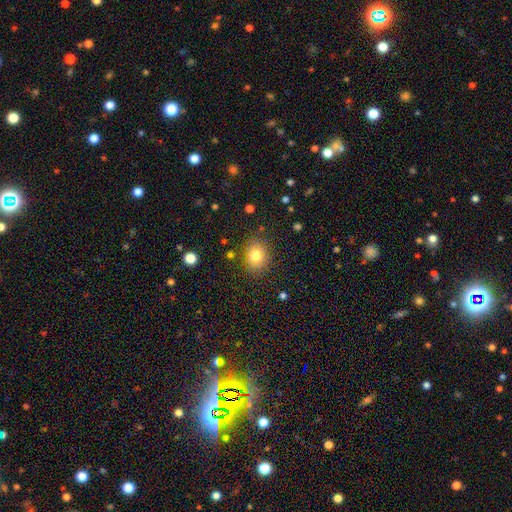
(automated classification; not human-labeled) This is likely a smooth galaxy (79%). How rounded: possibly in between (50%). Merging: clearly none (84%).